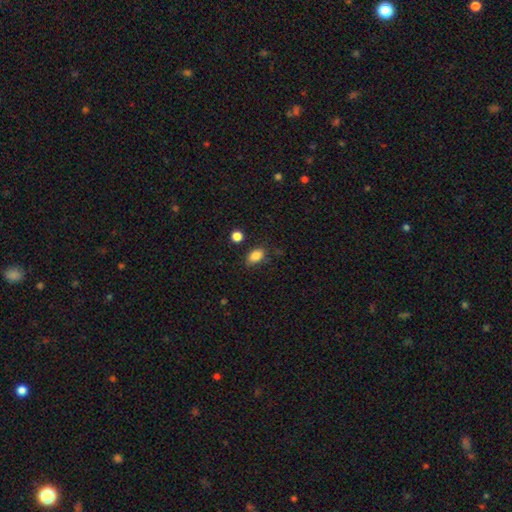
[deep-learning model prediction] Smooth or featured: smooth — 86% (star or artifact — 10%)
How rounded: in between — 85% (round — 13%)
Merging: none — 77% (minor disturbance — 15%)